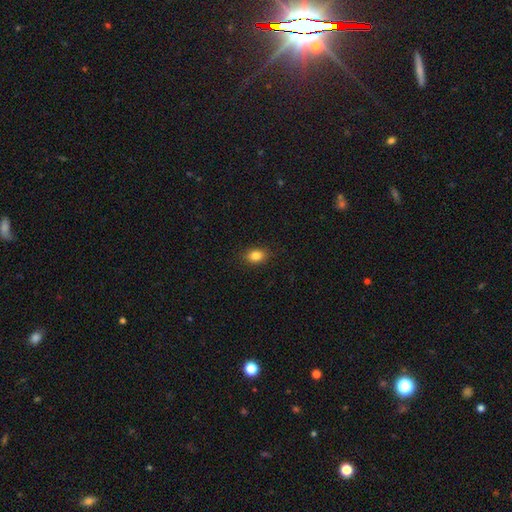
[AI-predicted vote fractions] Smooth or featured: smooth — 84% (star or artifact — 10%)
How rounded: in between — 71% (round — 27%)
Merging: none — 88% (minor disturbance — 9%)